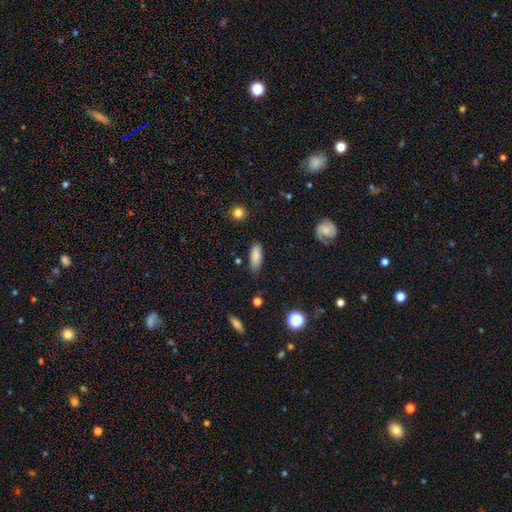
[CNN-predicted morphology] smooth_or_featured: smooth (p=0.85) [alt: featured or disk p=0.08]
how_rounded: in between (p=0.70) [alt: cigar-shaped p=0.27]
merging: none (p=0.78) [alt: minor disturbance p=0.16]